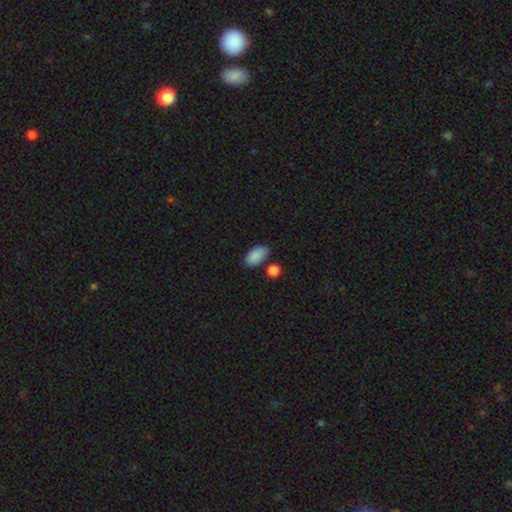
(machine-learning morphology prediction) smooth 88%, star or artifact 7%, featured or disk 5%. Down the decision tree: how rounded — in between (93%); merging — none (76%).